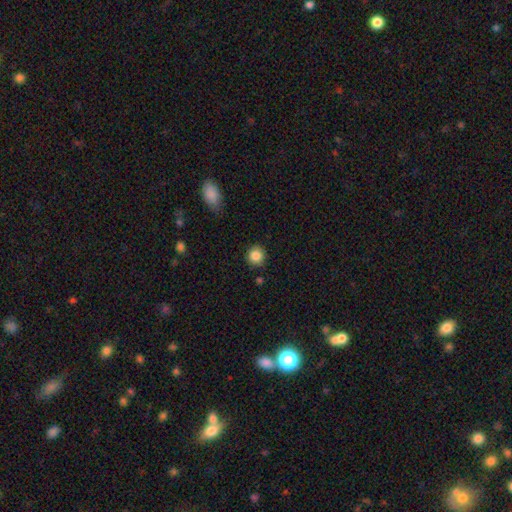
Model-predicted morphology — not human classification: The model was most divided on "smooth or featured": smooth: 86%, star or artifact: 10%, featured or disk: 5%. More confident: how rounded — round (92%); merging — none (88%).